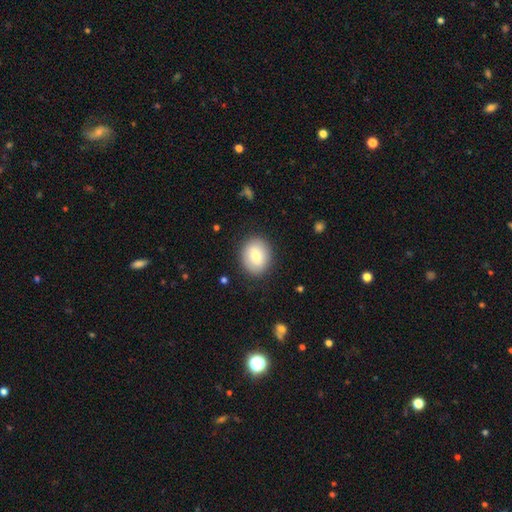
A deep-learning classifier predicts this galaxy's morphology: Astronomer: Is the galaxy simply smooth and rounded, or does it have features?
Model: smooth — 75%.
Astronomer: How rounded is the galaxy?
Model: round — 56% (runner-up: in between, 43%).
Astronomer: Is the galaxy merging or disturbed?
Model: none — 87%.